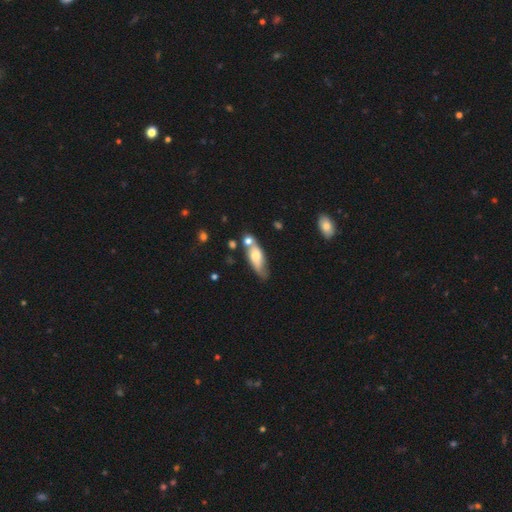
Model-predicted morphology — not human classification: type=smooth (59%); roundness=in between (60%); merging=none (48%).